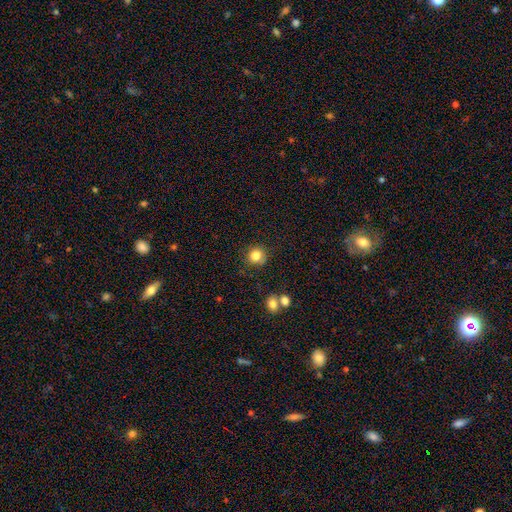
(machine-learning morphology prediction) Overall: smooth (83%). How rounded: round (91%). Merging: none (84%).